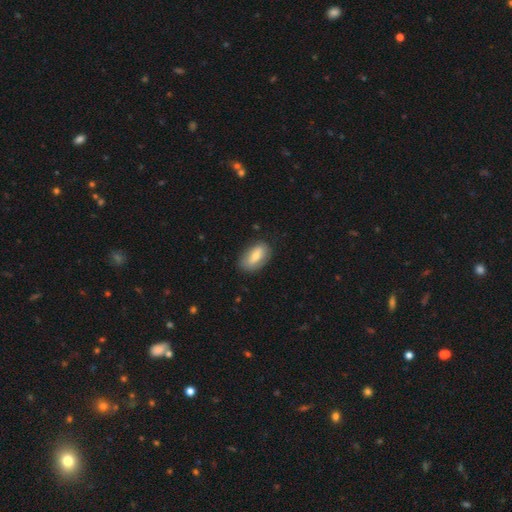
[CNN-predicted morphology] The model was most divided on "smooth or featured": smooth: 70%, featured or disk: 24%, star or artifact: 6%. More confident: how rounded — in between (91%); merging — none (76%).